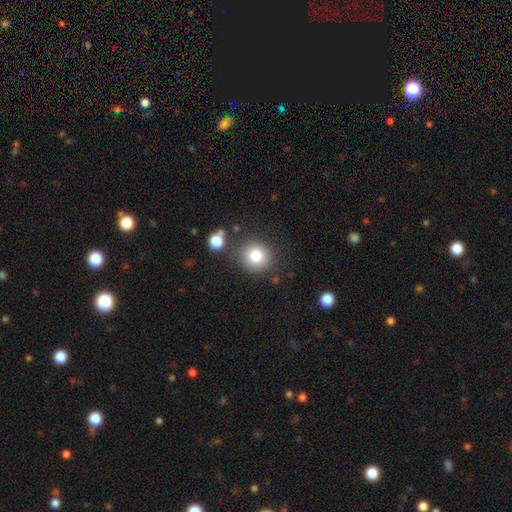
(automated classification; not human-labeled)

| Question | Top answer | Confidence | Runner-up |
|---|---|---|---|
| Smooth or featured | smooth | 80% | star or artifact (11%) |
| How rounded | round | 91% | in between (9%) |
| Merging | none | 82% | minor disturbance (10%) |